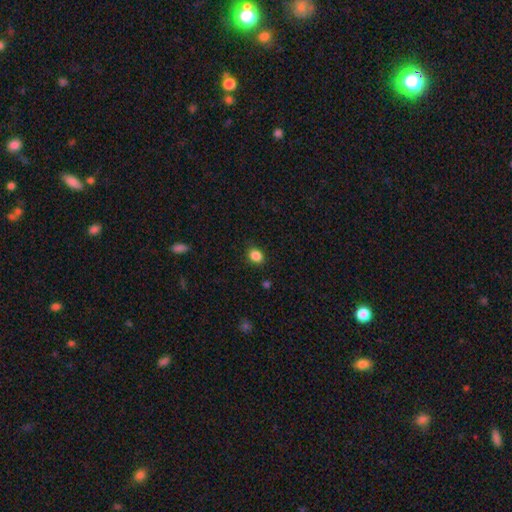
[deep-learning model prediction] Smooth or featured? Predicted: smooth (p=0.86). How rounded? Predicted: in between (p=0.51). Merging? Predicted: none (p=0.87).